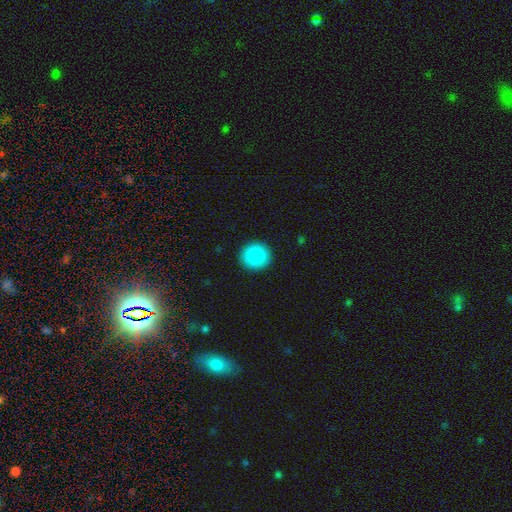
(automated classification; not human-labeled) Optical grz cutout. It shows a smooth galaxy with no disk features (89%) that is round (88%). Merging: none (92%).